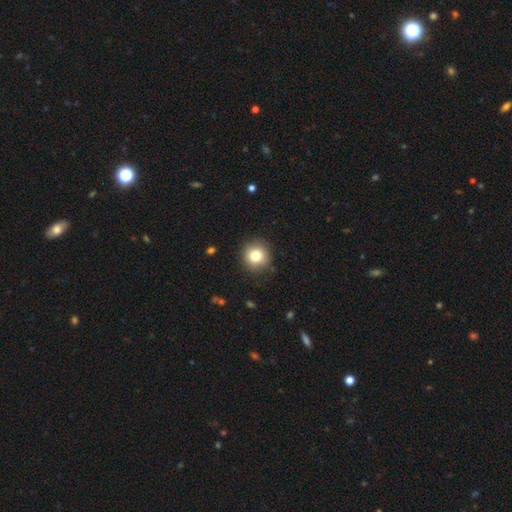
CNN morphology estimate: Smooth or featured: smooth — 81% (star or artifact — 10%)
How rounded: round — 92% (in between — 7%)
Merging: none — 89% (minor disturbance — 7%)